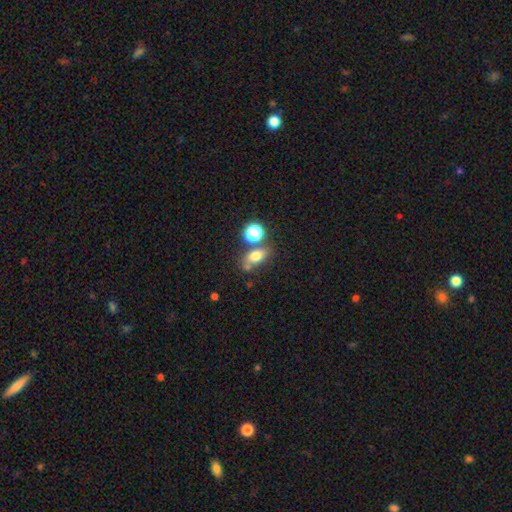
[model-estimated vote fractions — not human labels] A smooth galaxy with no disk features (72%) that is in between round and cigar-shaped (71%). Merging: none (58%).